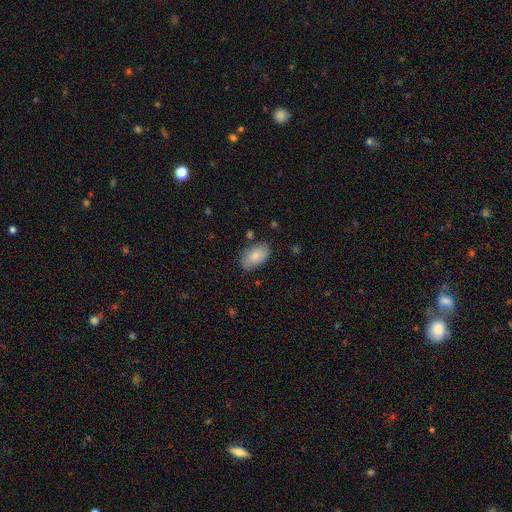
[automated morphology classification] This appears to be a smooth galaxy with no disk features (82%) that is in between round and cigar-shaped (94%). Merging: none (80%).